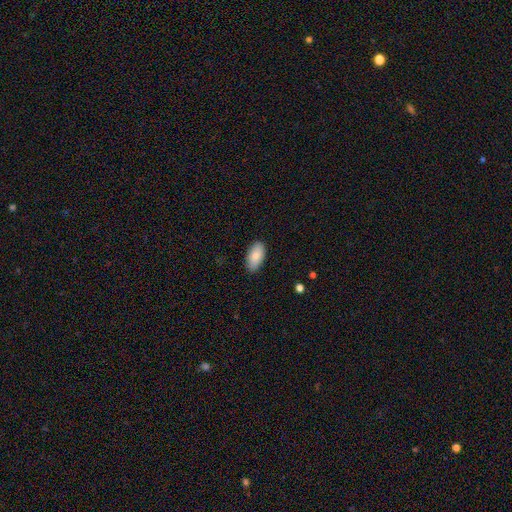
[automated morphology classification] smooth 85%, featured or disk 9%, star or artifact 6%. Down the decision tree: how rounded — in between (94%); merging — none (86%).